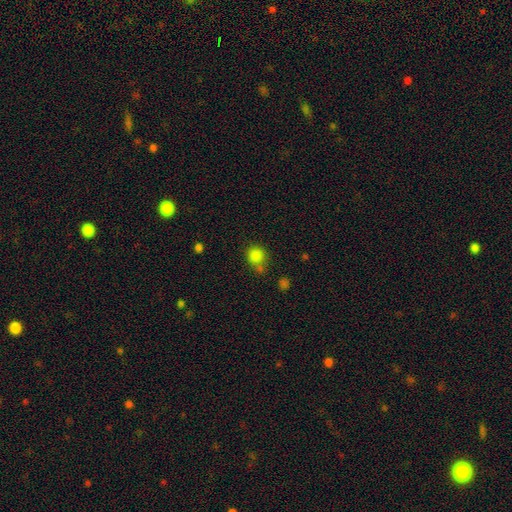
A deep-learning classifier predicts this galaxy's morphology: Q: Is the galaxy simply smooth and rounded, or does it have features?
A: smooth — 83%.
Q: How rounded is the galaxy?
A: round — 88%.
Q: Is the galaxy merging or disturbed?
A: none — 61%.